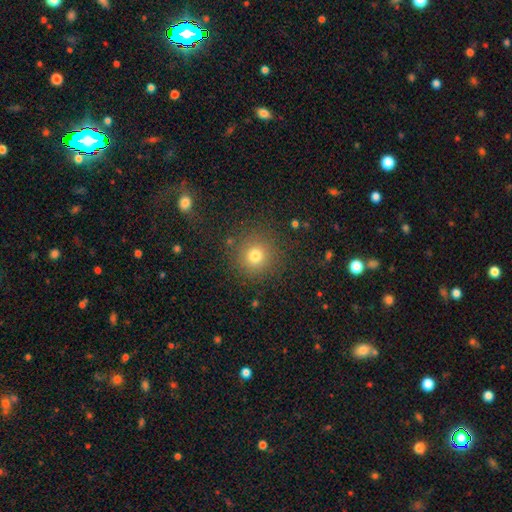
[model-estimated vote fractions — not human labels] smooth-or-featured: smooth: 76% | star or artifact: 16% | featured or disk: 8%
  how-rounded: round: 94% | in between: 6% | cigar-shaped: 1%
  merging: none: 87% | minor disturbance: 7% | major disturbance: 4% | merger: 2%